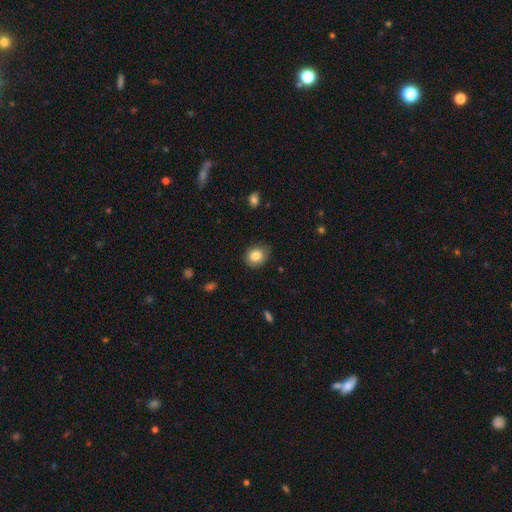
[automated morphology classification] smooth 84%, star or artifact 9%, featured or disk 8%. Down the decision tree: how rounded — round (69%); merging — none (76%).